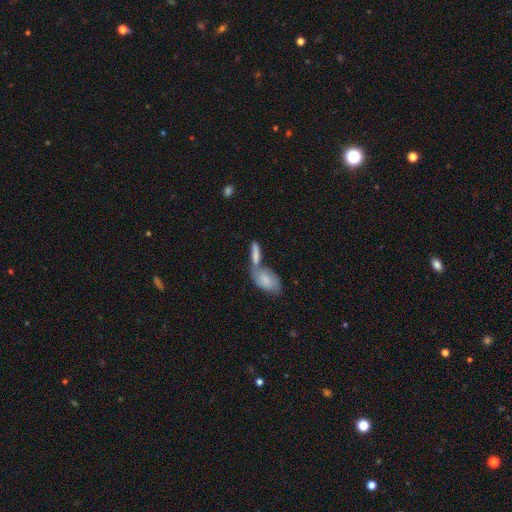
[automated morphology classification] type=smooth (62%); roundness=in between (70%); merging=merger (54%).